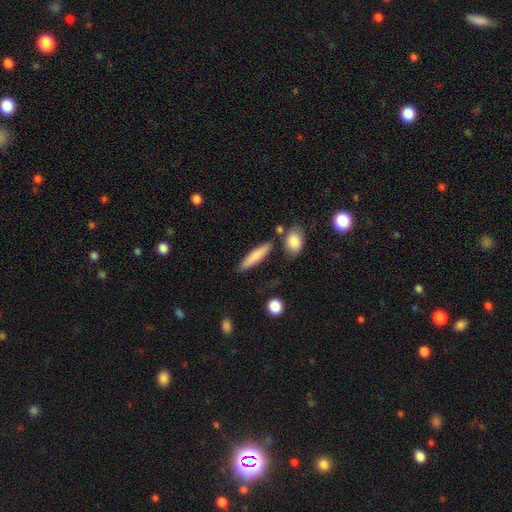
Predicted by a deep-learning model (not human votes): Smooth or featured?
  - smooth: 77% *
  - featured or disk: 17%
  - star or artifact: 6%
How rounded?
  - cigar-shaped: 82% *
  - in between: 15%
  - round: 2%
Merging?
  - none: 80% *
  - minor disturbance: 11%
  - merger: 6%
  - major disturbance: 3%